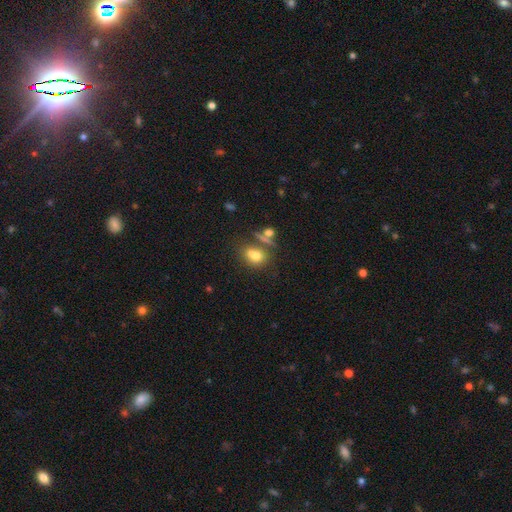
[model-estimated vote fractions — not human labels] Smooth or featured? Predicted: smooth (p=0.63). How rounded? Predicted: round (p=0.69). Merging? Predicted: none (p=0.58).